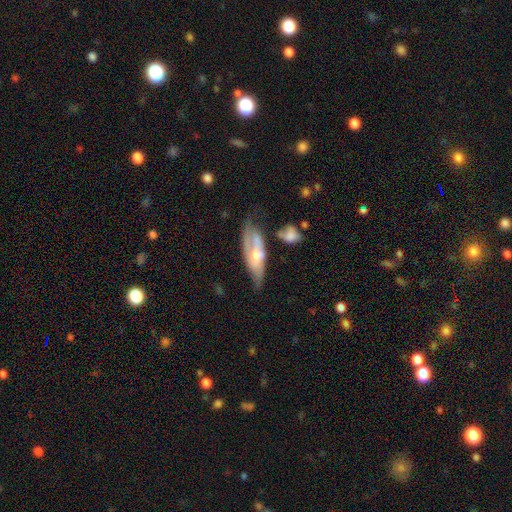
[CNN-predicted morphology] Smooth or featured?
  - featured or disk: 60% *
  - smooth: 34%
  - star or artifact: 6%
Edge-on disk?
  - no: 74% *
  - yes: 26%
Merging?
  - none: 38% *
  - minor disturbance: 27%
  - major disturbance: 19%
  - merger: 16%